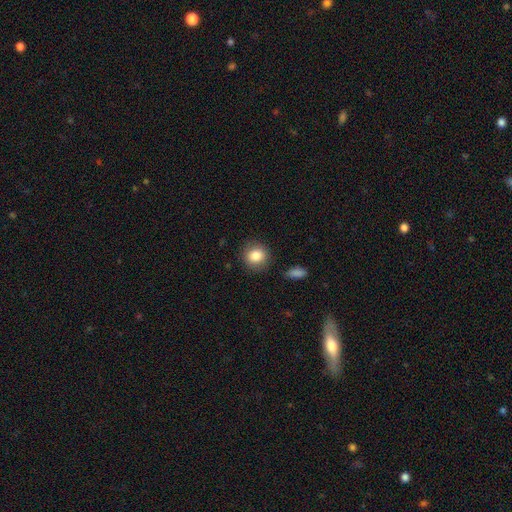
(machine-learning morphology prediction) A smooth galaxy with no disk features (84%) that is round (83%).

Vote fractions:
- Smooth or featured? smooth: 84% / star or artifact: 9% / featured or disk: 7%
- How rounded? round: 83% / in between: 16% / cigar-shaped: 1%
- Merging? none: 85% / minor disturbance: 10% / major disturbance: 3% / merger: 2%